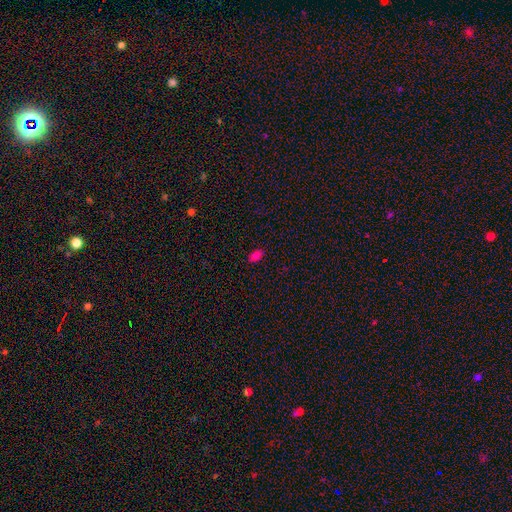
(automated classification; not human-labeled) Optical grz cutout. It shows a smooth galaxy with no disk features (81%) that is in between round and cigar-shaped (91%). Merging: none (87%).